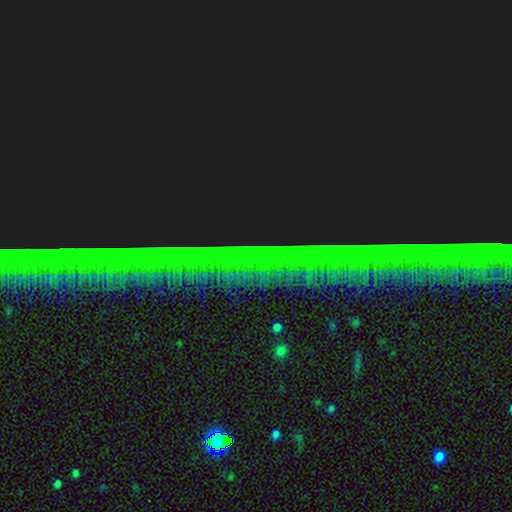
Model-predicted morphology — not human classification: This appears to be a star or artifact, not a galaxy (87%).